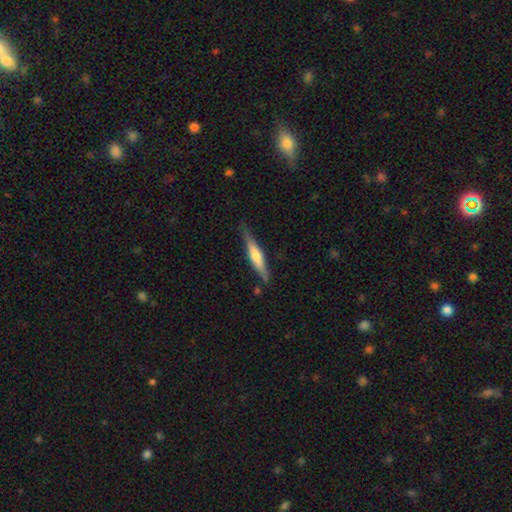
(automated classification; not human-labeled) Overall: featured or disk (50%; smooth 45%). Merging: none (81%).